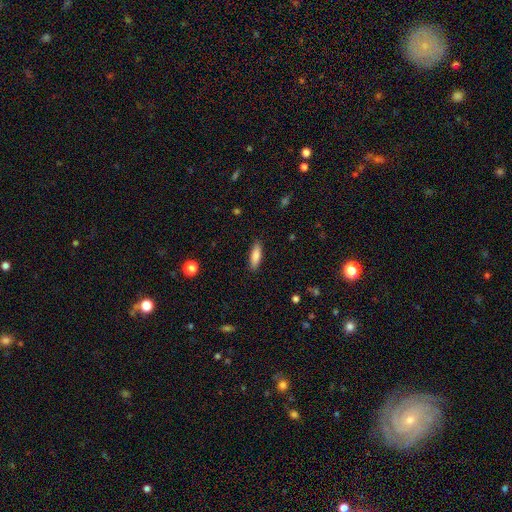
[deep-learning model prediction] A smooth galaxy with no disk features (84%) that is cigar-shaped (50%). Merging: none (87%).